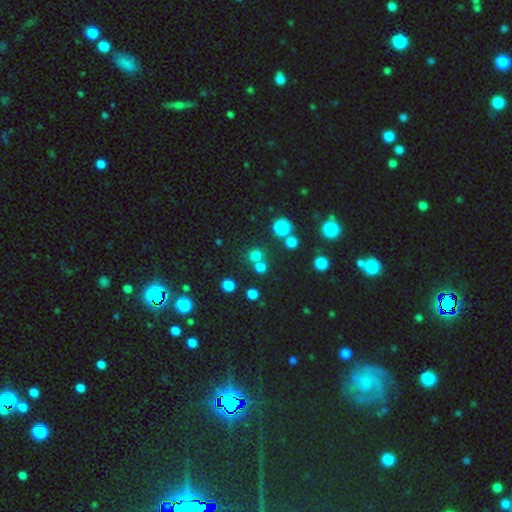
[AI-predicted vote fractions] The model was most divided on "smooth or featured": smooth: 66%, star or artifact: 27%, featured or disk: 7%. More confident: how rounded — round (89%); merging — none (68%).